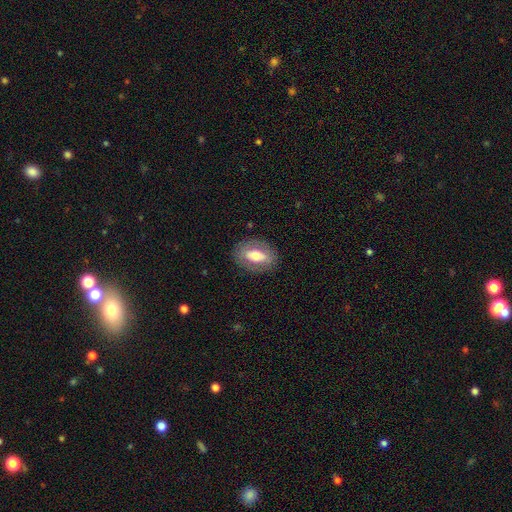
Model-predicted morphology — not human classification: This appears to be a smooth galaxy with no disk features (50%). Merging: none (83%).